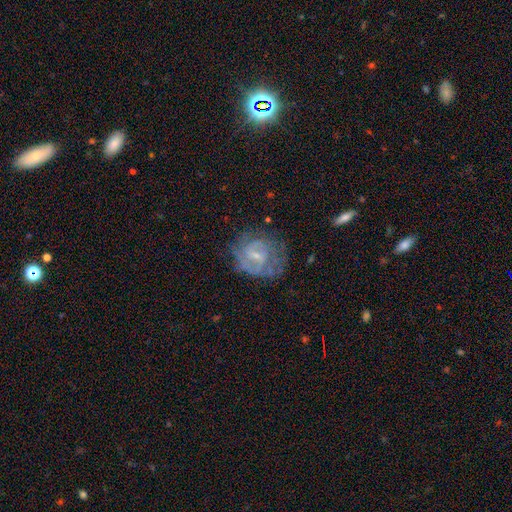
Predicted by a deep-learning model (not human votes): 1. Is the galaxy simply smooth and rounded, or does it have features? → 70% featured or disk, 21% smooth, 8% star or artifact.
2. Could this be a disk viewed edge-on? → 97% no, 3% yes.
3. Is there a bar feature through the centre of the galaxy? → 51% weak, 38% no, 11% strong.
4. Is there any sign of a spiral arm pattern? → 74% yes, 26% no.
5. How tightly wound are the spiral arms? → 49% tight, 37% medium, 14% loose.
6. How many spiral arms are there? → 43% can't tell, 35% 2, 9% 3, 7% 1, 3% 4, 3% more than 4.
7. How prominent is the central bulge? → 67% small, 22% moderate, 9% none, 1% large, 1% dominant.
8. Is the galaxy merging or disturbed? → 58% none, 23% minor disturbance, 17% major disturbance, 2% merger.